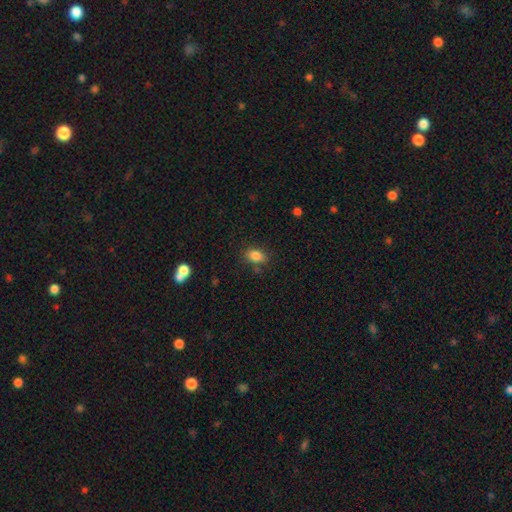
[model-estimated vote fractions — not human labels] A smooth galaxy with no disk features (84%) that is in between round and cigar-shaped (80%). Merging: none (80%).